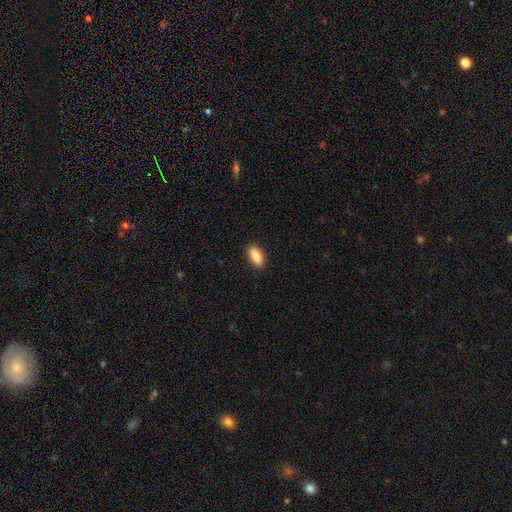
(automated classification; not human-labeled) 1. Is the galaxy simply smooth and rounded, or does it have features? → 89% smooth, 7% star or artifact, 5% featured or disk.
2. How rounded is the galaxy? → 89% in between, 8% cigar-shaped, 3% round.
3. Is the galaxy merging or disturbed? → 90% none, 8% minor disturbance, 2% major disturbance, 1% merger.